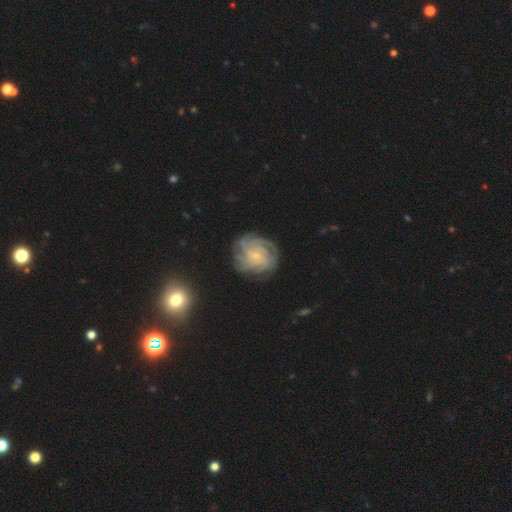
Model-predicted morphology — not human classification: type=featured or disk (81%); edge-on=no (97%); bar=no (71%); spiral arms=yes (94%); winding=tight (70%); arm count=can't tell (35%); bulge=small (78%); merging=none (75%).